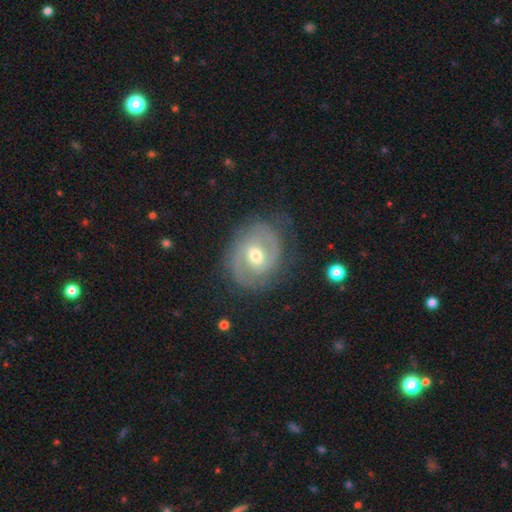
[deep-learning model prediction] Smooth or featured: featured or disk — 79% (smooth — 16%)
Edge-on disk: no — 97% (yes — 3%)
Bar: weak — 48% (no — 38%)
Spiral arms: yes — 86% (no — 14%)
Spiral winding: tight — 46% (medium — 40%)
Spiral arm count: 2 — 73% (can't tell — 14%)
Bulge size: moderate — 70% (small — 24%)
Merging: none — 73% (minor disturbance — 18%)